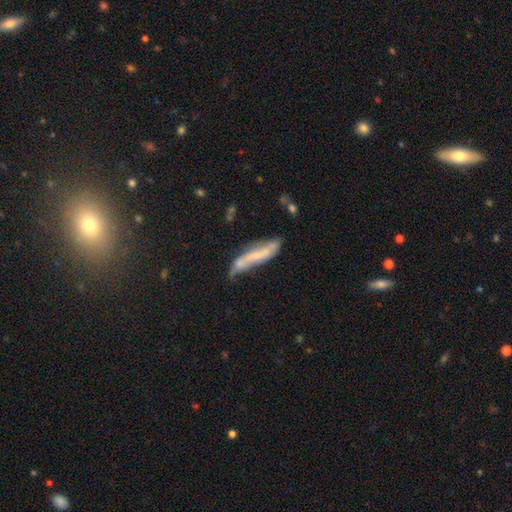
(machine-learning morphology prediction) This appears to be a featured or disk galaxy (59%). Merging: none (44%).